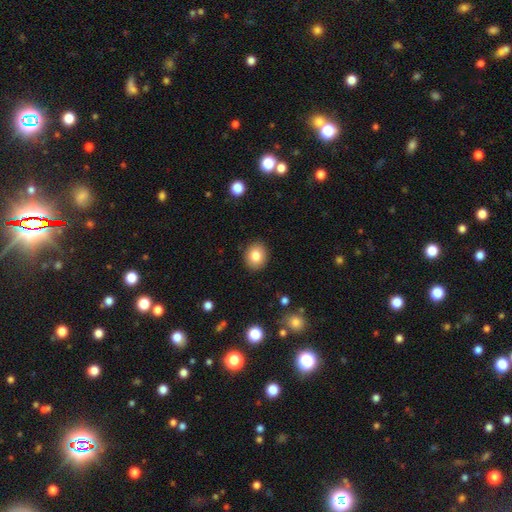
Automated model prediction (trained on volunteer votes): Smooth or featured: smooth — 82% (star or artifact — 9%)
How rounded: round — 67% (in between — 32%)
Merging: none — 90% (minor disturbance — 7%)